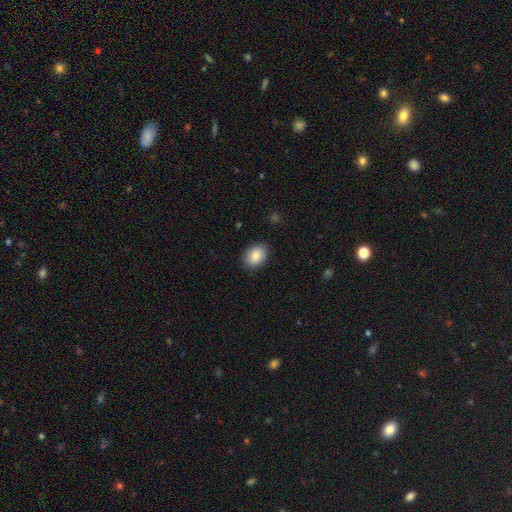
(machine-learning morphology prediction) This appears to be a smooth galaxy with no disk features (86%) that is in between round and cigar-shaped (74%). Merging: none (88%).